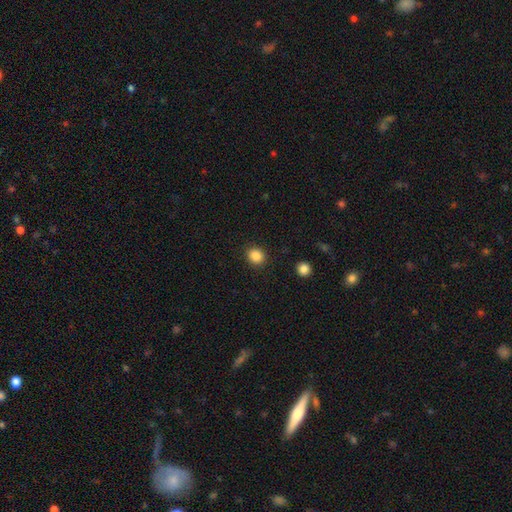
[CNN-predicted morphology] The model was most divided on "how rounded": round: 72%, in between: 27%, cigar-shaped: 1%. More confident: merging — none (89%); smooth or featured — smooth (87%).